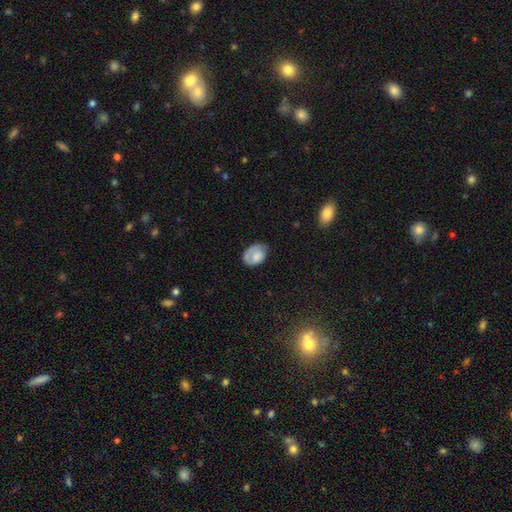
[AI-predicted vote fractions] Smooth or featured? Predicted: smooth (p=0.68). How rounded? Predicted: in between (p=0.76). Merging? Predicted: none (p=0.51).